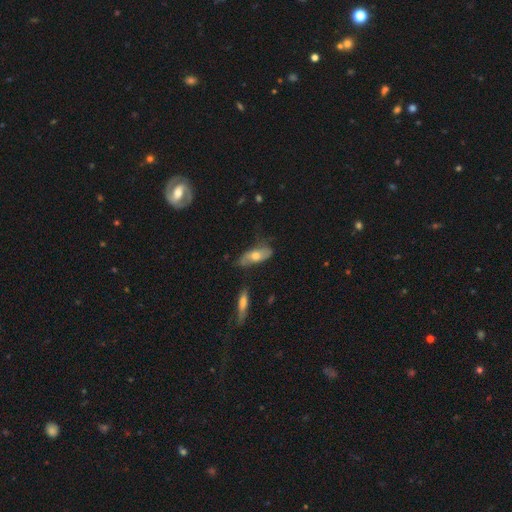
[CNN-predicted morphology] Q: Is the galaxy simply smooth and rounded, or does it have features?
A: smooth — 52%.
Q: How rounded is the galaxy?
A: in between — 70%.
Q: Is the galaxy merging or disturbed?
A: none — 56%.